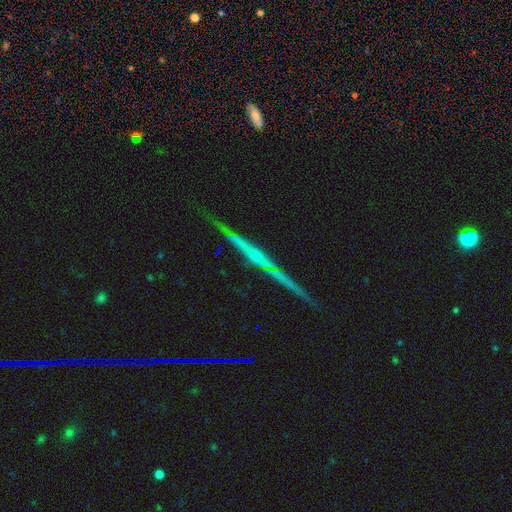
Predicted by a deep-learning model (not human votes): Smooth or featured? featured or disk (72%)
Edge-on disk? yes (97%)
Edge-on bulge? none (46%)
Merging? none (86%)